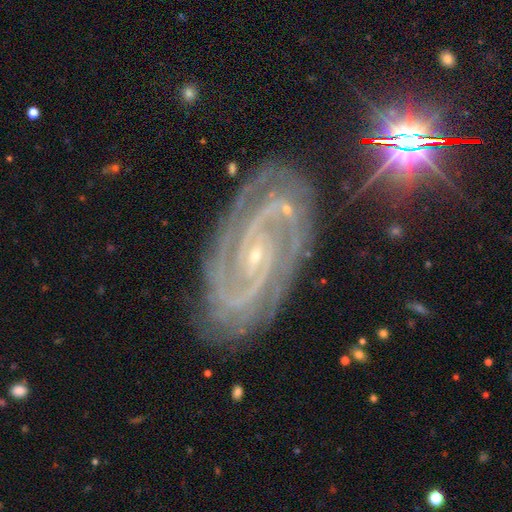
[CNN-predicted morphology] Overall: featured or disk (90%). Edge-on disk: no (96%). Bar: no (57%; weak 28%). Spiral arms: yes (99%). Spiral arm count: 2 (62%). Spiral winding: tight (59%; medium 36%). Bulge size: small (87%). Merging: none (80%).